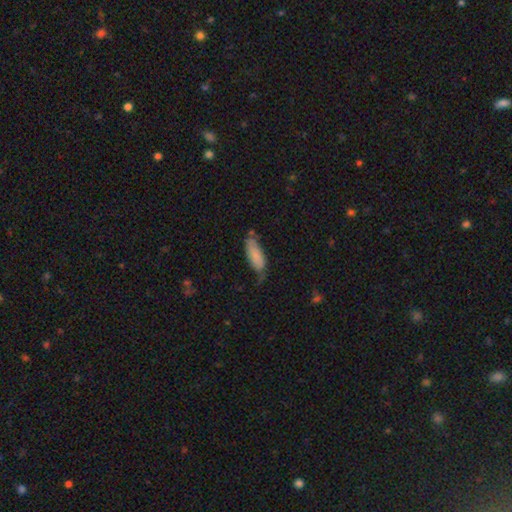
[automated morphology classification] smooth 80%, featured or disk 13%, star or artifact 6%. Down the decision tree: how rounded — in between (69%); merging — none (46%).